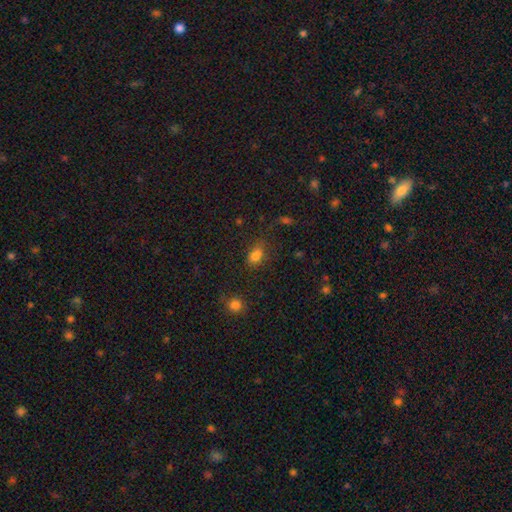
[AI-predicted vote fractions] The model was most divided on "merging": none: 68%, minor disturbance: 20%, major disturbance: 7%, merger: 5%. More confident: smooth or featured — smooth (79%); how rounded — in between (73%).